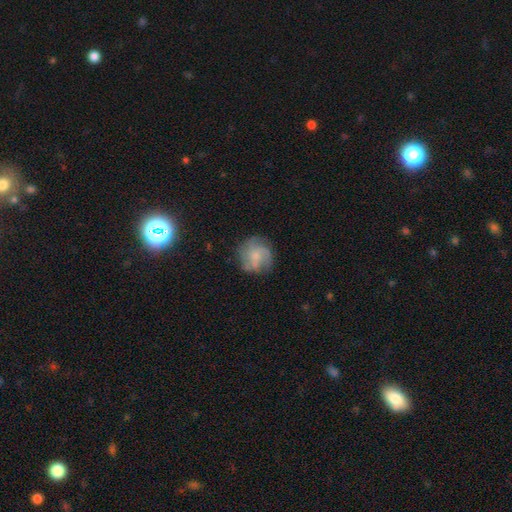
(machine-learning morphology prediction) A smooth galaxy with no disk features (46%).

Vote fractions:
- Smooth or featured? smooth: 46% / featured or disk: 45% / star or artifact: 8%
- Merging? none: 68% / minor disturbance: 20% / major disturbance: 10% / merger: 2%